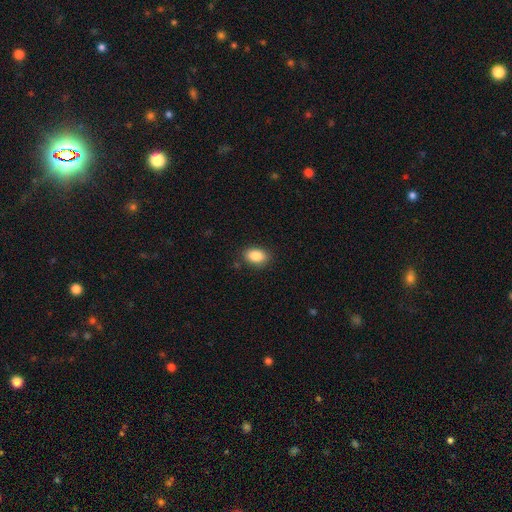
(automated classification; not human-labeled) Overall: smooth (87%). How rounded: in between (86%). Merging: none (86%).